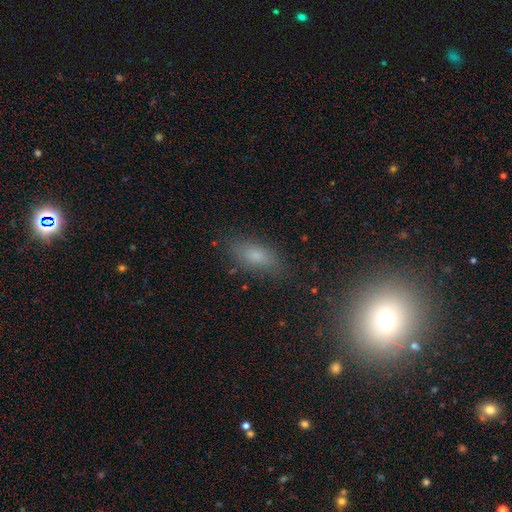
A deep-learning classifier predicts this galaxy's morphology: A smooth galaxy with no disk features (75%) that is in between round and cigar-shaped (79%).

Vote fractions:
- Smooth or featured? smooth: 75% / star or artifact: 13% / featured or disk: 12%
- How rounded? in between: 79% / cigar-shaped: 17% / round: 4%
- Merging? none: 81% / minor disturbance: 13% / major disturbance: 4% / merger: 2%